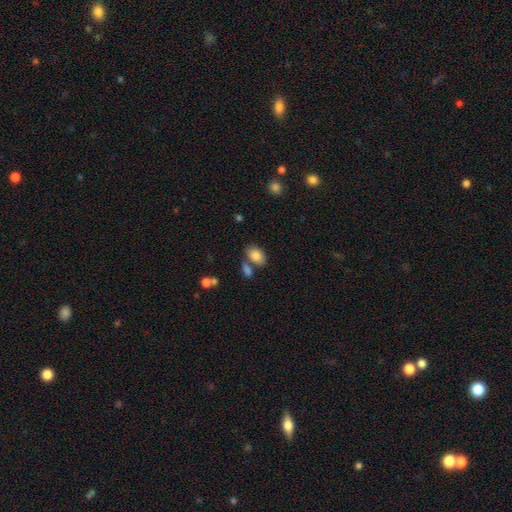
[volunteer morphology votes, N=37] Smooth or featured?
  - smooth: 92% *
  - star or artifact: 8%
  - featured or disk: 0%
How rounded?
  - in between: 85% *
  - round: 12%
  - cigar-shaped: 3%
Merging?
  - none: 53% *
  - minor disturbance: 26%
  - merger: 18%
  - major disturbance: 3%